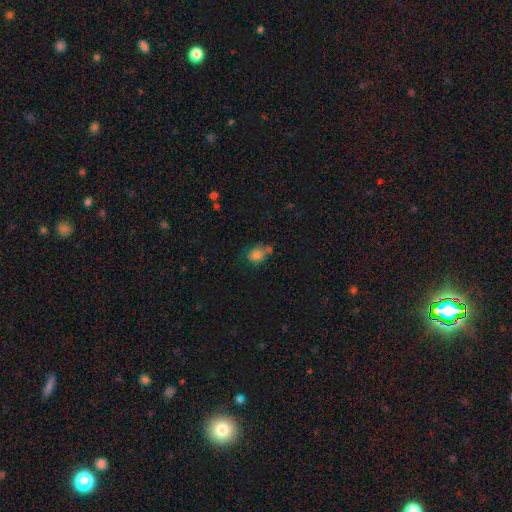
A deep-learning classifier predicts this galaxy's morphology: This appears to be a smooth galaxy with no disk features (75%) that is in between round and cigar-shaped (51%). Merging: none (46%).